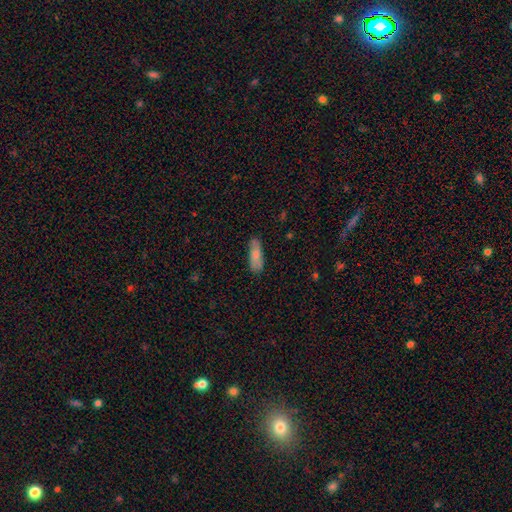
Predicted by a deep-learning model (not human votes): Morphology: type=smooth (79%); roundness=in between (60%); merging=none (78%).